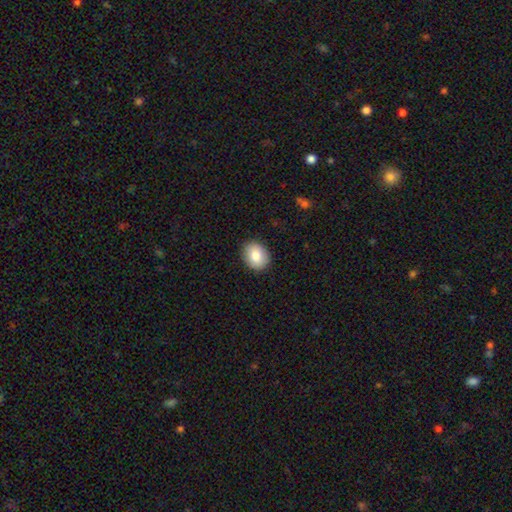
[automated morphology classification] Q: Smooth or featured?
A: smooth (84%); runner-up: featured or disk (8%)
Q: How rounded?
A: in between (51%); runner-up: round (48%)
Q: Merging?
A: none (89%); runner-up: minor disturbance (8%)